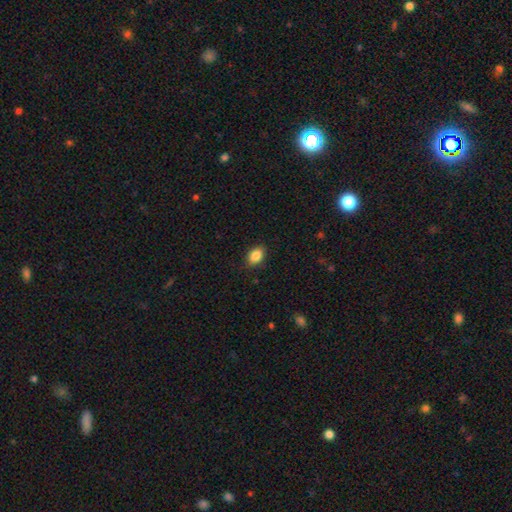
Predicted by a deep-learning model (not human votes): smooth-or-featured: smooth: 87% | star or artifact: 8% | featured or disk: 5%
  how-rounded: in between: 81% | round: 18% | cigar-shaped: 1%
  merging: none: 87% | minor disturbance: 10% | major disturbance: 2% | merger: 1%